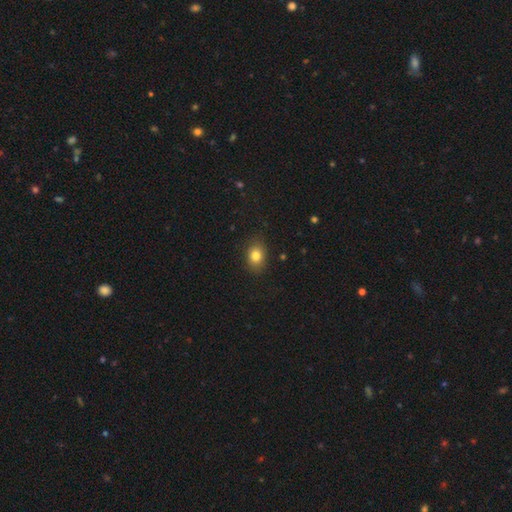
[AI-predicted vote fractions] A smooth galaxy with no disk features (82%) that is in between round and cigar-shaped (64%). Merging: none (84%).